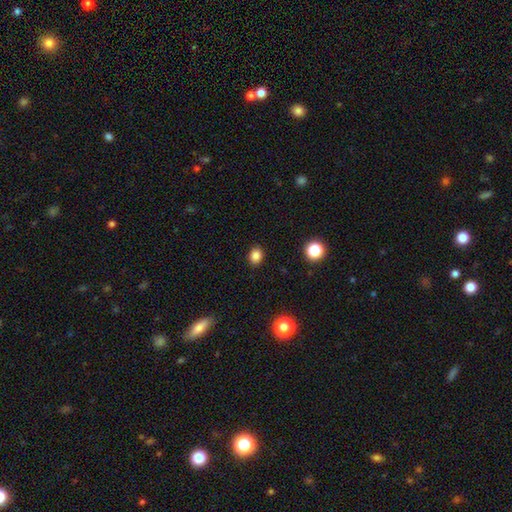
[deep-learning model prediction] Overall: smooth (84%). How rounded: round (50%; in between 49%). Merging: none (89%).